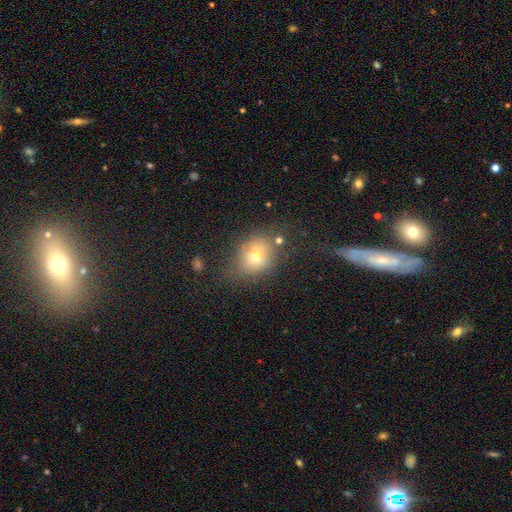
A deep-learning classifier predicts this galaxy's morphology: Overall: smooth (68%). How rounded: round (59%; in between 40%). Merging: none (61%).